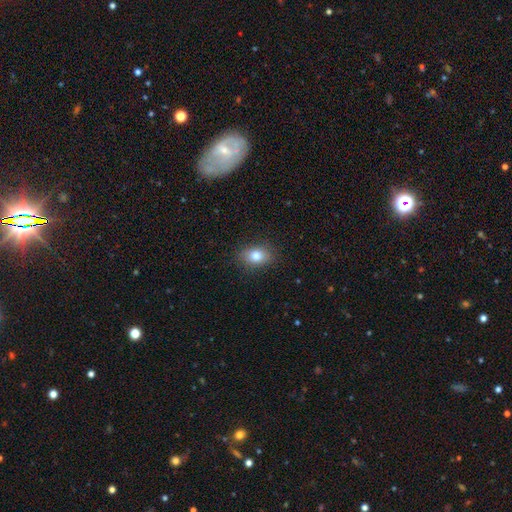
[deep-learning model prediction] A smooth galaxy with no disk features (81%) that is in between round and cigar-shaped (72%). Merging: none (87%).